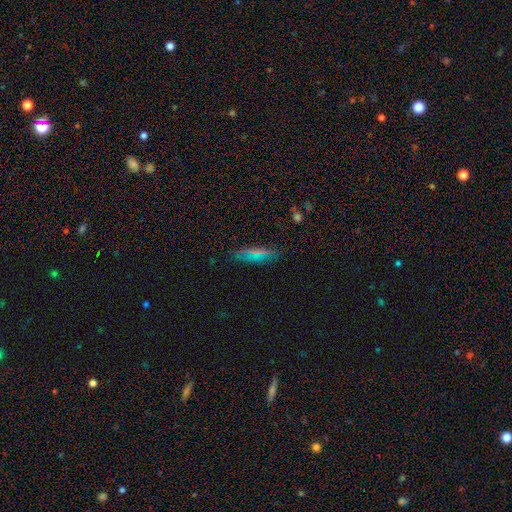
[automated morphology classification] Smooth or featured?
  - smooth: 57% *
  - star or artifact: 24%
  - featured or disk: 19%
How rounded?
  - cigar-shaped: 54% *
  - in between: 41%
  - round: 5%
Merging?
  - none: 83% *
  - minor disturbance: 12%
  - major disturbance: 3%
  - merger: 2%